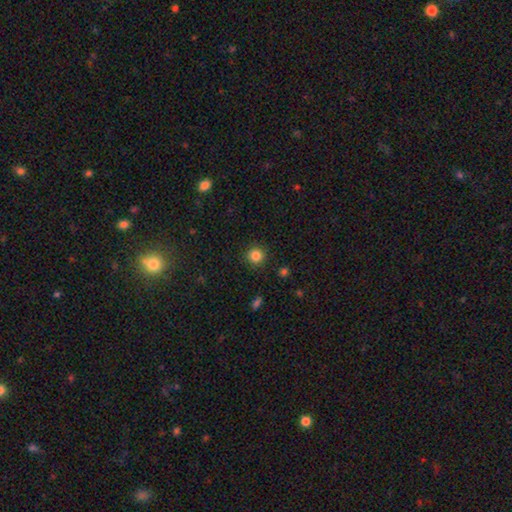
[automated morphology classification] The model was most divided on "smooth or featured": smooth: 84%, star or artifact: 12%, featured or disk: 4%. More confident: how rounded — round (94%); merging — none (91%).